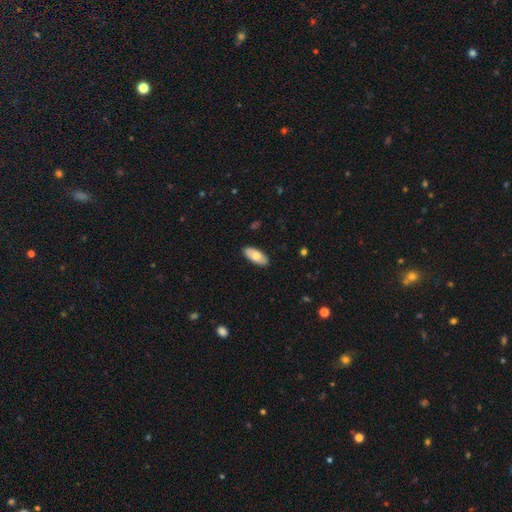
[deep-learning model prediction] Smooth or featured? Predicted: smooth (p=0.73). How rounded? Predicted: in between (p=0.89). Merging? Predicted: none (p=0.89).